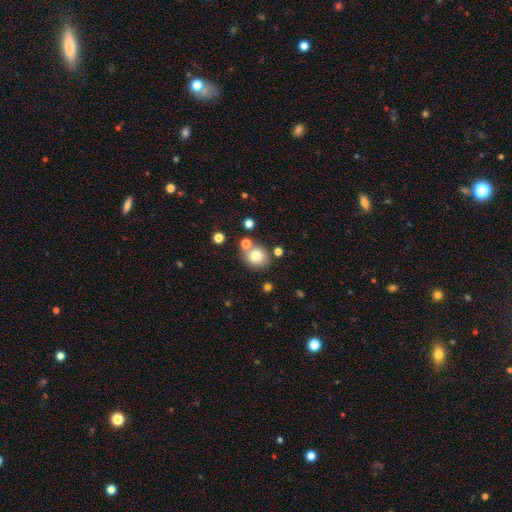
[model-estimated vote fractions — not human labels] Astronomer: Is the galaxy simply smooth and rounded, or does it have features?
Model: smooth — 76%.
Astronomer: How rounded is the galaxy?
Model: round — 79%.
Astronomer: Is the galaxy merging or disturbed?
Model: none — 70%.